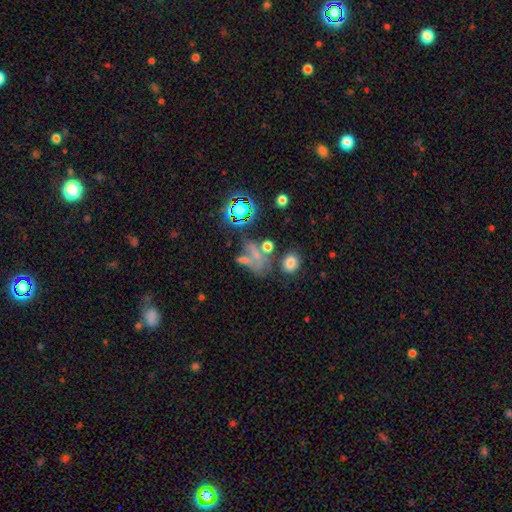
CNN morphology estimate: A smooth galaxy with no disk features (40%). Merging: none (33%).